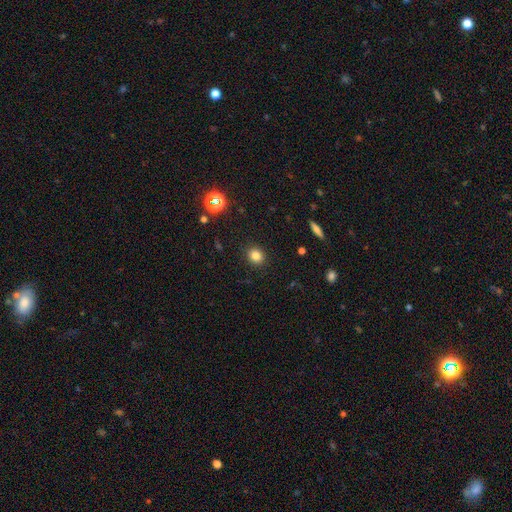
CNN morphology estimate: Q: Smooth or featured?
A: smooth (81%); runner-up: star or artifact (13%)
Q: How rounded?
A: round (73%); runner-up: in between (26%)
Q: Merging?
A: none (91%); runner-up: minor disturbance (6%)